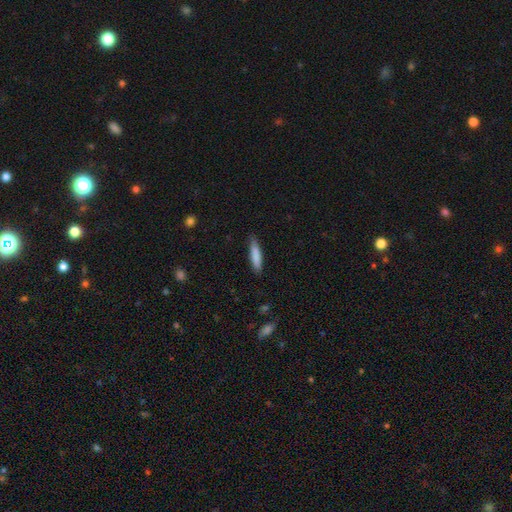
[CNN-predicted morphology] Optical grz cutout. It shows a smooth galaxy with no disk features (82%) that is cigar-shaped (82%). Merging: none (83%).